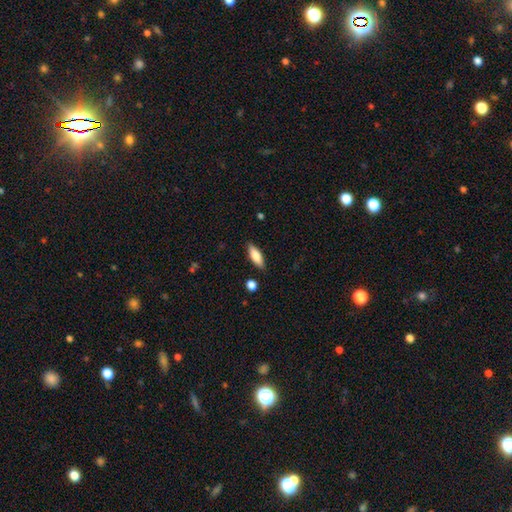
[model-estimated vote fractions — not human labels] smooth 76%, featured or disk 18%, star or artifact 6%. Down the decision tree: how rounded — in between (63%); merging — none (86%).